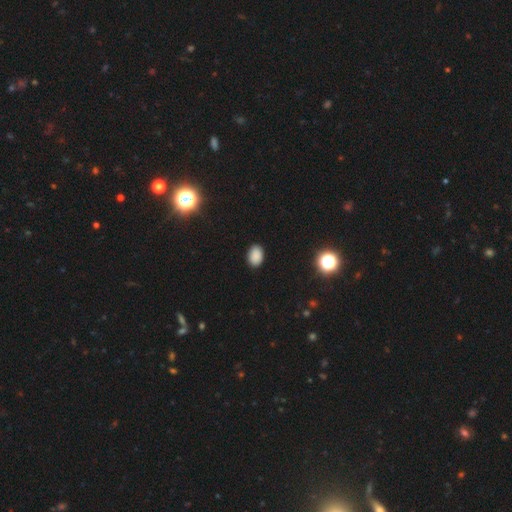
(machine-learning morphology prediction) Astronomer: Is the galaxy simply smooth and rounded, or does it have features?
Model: smooth — 84%.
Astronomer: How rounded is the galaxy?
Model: in between — 80%.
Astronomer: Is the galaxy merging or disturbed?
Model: none — 88%.